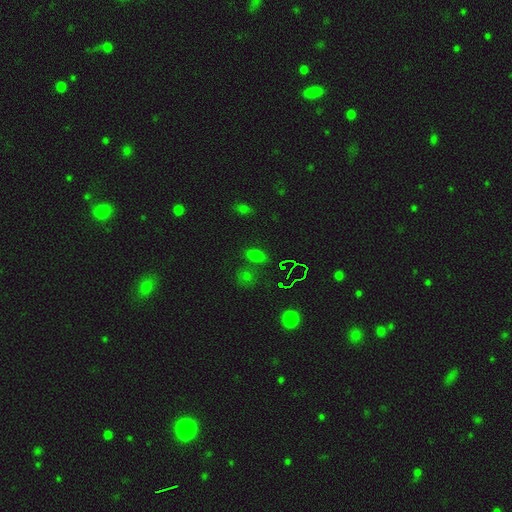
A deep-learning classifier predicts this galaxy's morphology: type=smooth (60%); roundness=in between (78%); merging=none (76%).